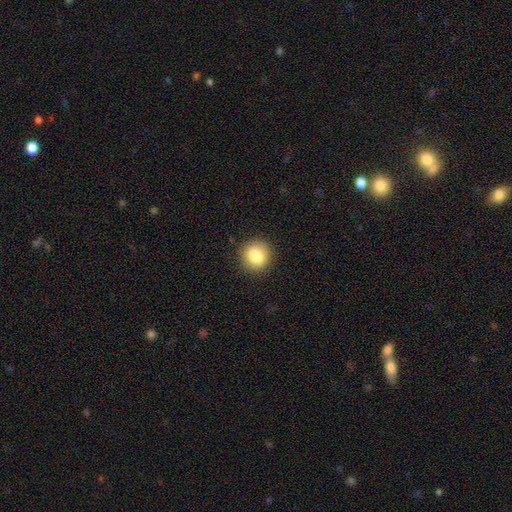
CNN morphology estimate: The model was most divided on "smooth or featured": smooth: 85%, star or artifact: 9%, featured or disk: 6%. More confident: how rounded — round (89%); merging — none (89%).